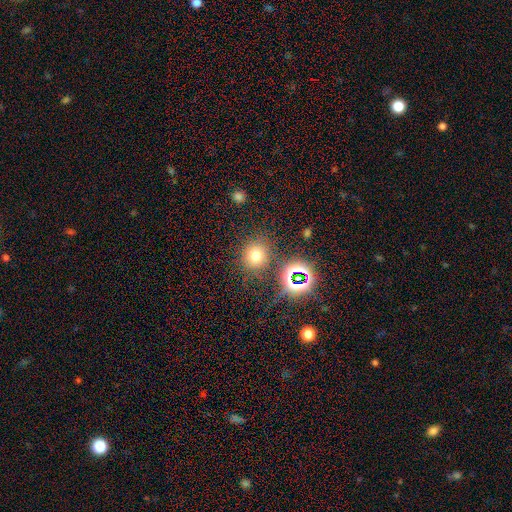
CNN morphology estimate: This is likely a smooth galaxy (69%). How rounded: clearly round (82%). Merging: clearly none (80%).